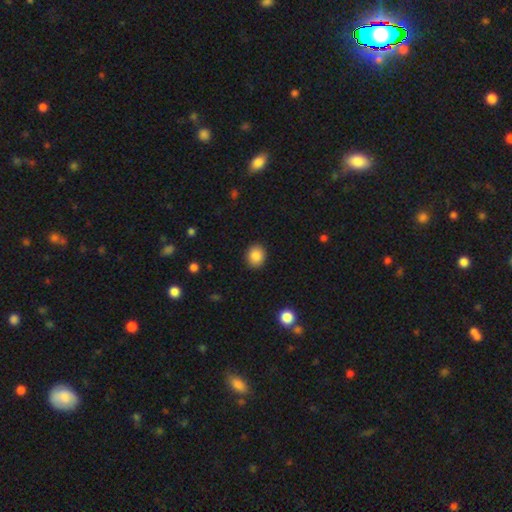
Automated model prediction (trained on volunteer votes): This is clearly a smooth galaxy (86%). How rounded: likely round (68%). Merging: clearly none (91%).